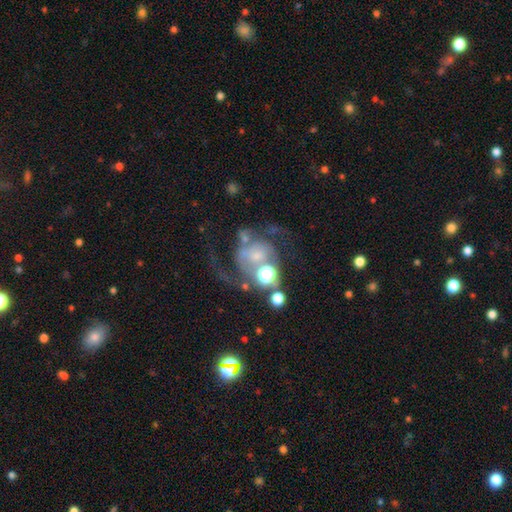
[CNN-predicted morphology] This is possibly a featured or disk galaxy (56%). It is clearly not viewed edge-on (97%). Bar: likely no (73%). Spiral arm pattern: likely yes (65%). Central bulge: marginally small (36%). Merging: marginally major disturbance (37%).